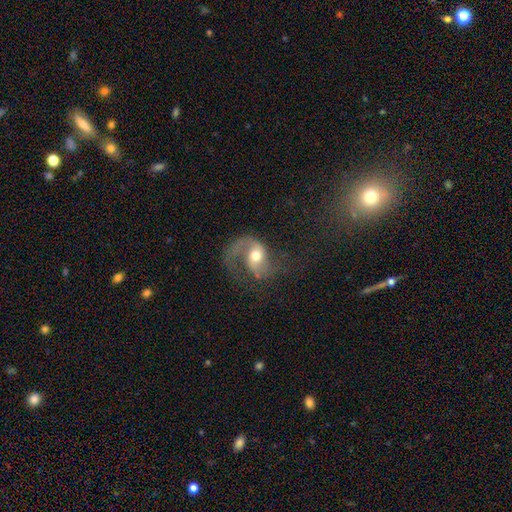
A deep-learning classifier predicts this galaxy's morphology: A featured or disk galaxy (76%) with no bar (55%), 2 (59%) loose (53%) spiral arms (91%) and a moderate central bulge (71%). Merging: none (44%).